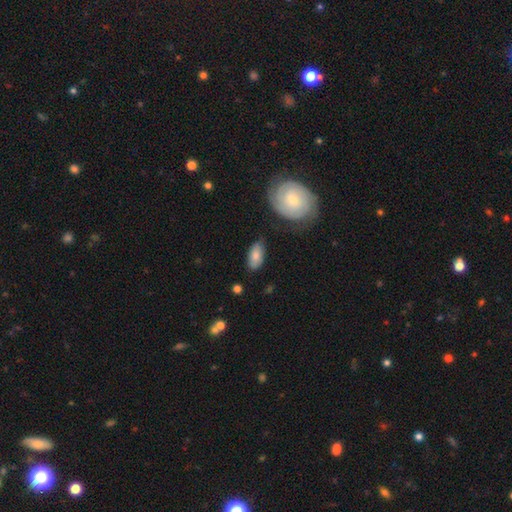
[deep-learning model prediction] A smooth galaxy with no disk features (73%) that is in between round and cigar-shaped (91%).

Vote fractions:
- Smooth or featured? smooth: 73% / featured or disk: 20% / star or artifact: 6%
- How rounded? in between: 91% / cigar-shaped: 6% / round: 4%
- Merging? none: 74% / minor disturbance: 18% / major disturbance: 4% / merger: 3%